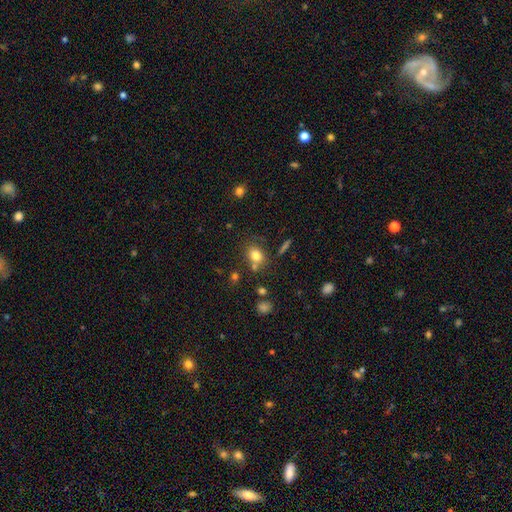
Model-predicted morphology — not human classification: This is likely a smooth galaxy (78%). How rounded: possibly in between (51%). Merging: likely none (62%).